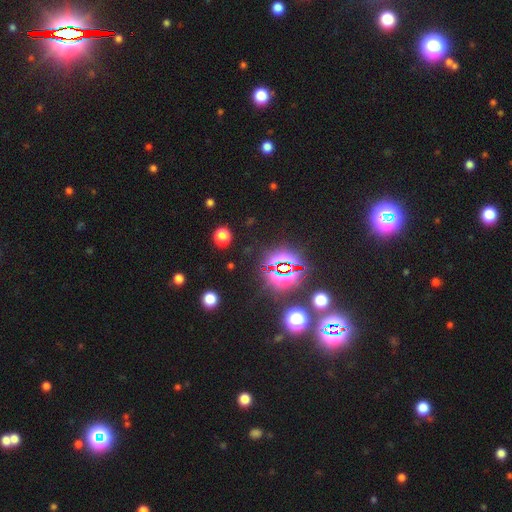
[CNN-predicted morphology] Smooth or featured: star or artifact — 82% (smooth — 11%)